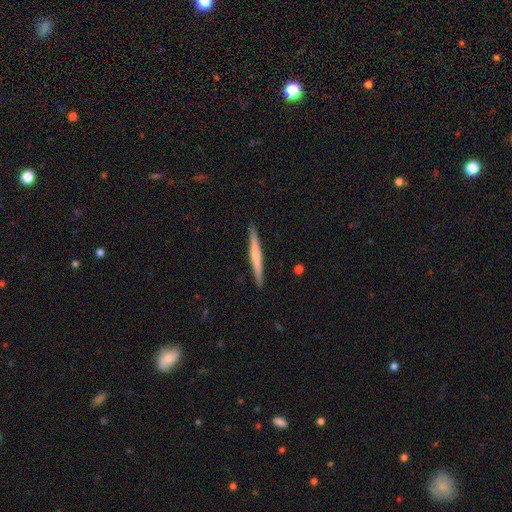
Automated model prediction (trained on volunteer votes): Morphology: type=featured or disk (51%); edge-on=yes (97%); merging=none (92%).